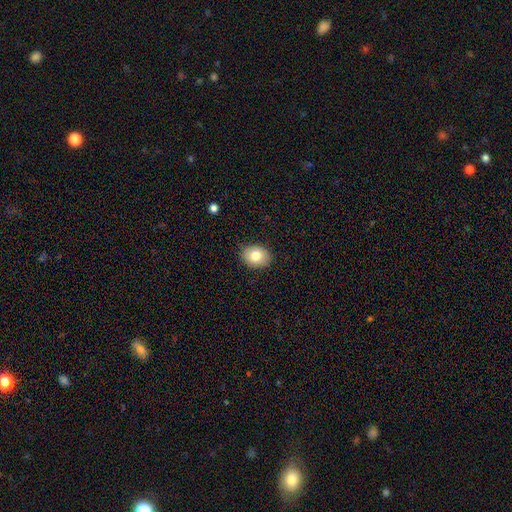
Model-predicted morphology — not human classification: A smooth galaxy with no disk features (80%) that is in between round and cigar-shaped (57%). Merging: none (87%).